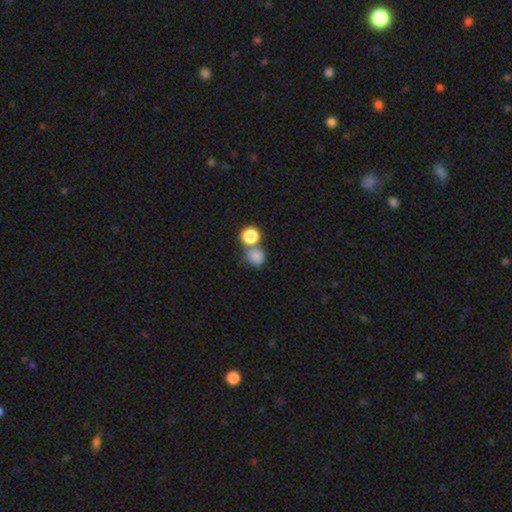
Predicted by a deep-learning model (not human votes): Q: Smooth or featured?
A: smooth (81%); runner-up: star or artifact (13%)
Q: How rounded?
A: round (83%); runner-up: in between (16%)
Q: Merging?
A: none (49%); runner-up: merger (36%)